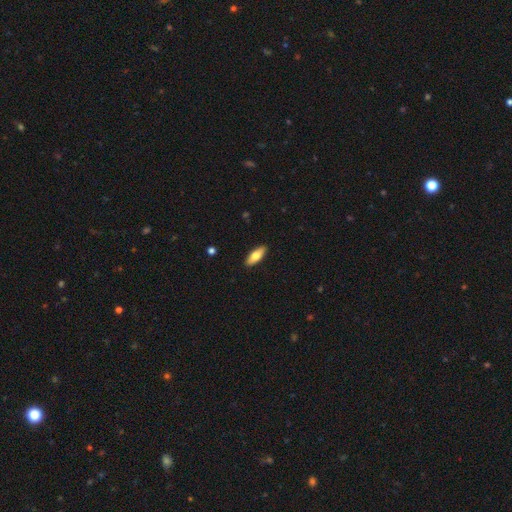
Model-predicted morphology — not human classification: A smooth galaxy with no disk features (74%) that is in between round and cigar-shaped (72%).

Vote fractions:
- Smooth or featured? smooth: 74% / featured or disk: 21% / star or artifact: 6%
- How rounded? in between: 72% / cigar-shaped: 26% / round: 2%
- Merging? none: 90% / minor disturbance: 7% / major disturbance: 2% / merger: 1%